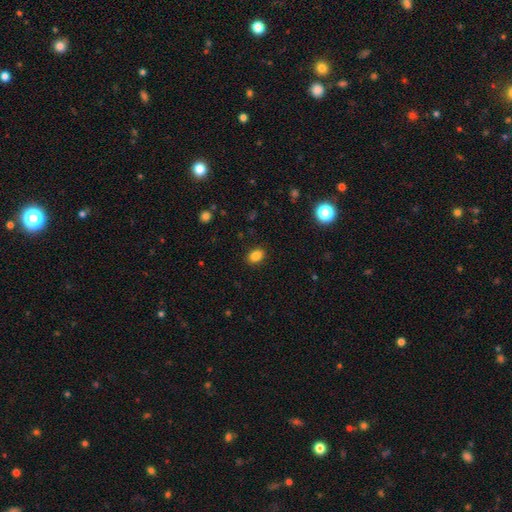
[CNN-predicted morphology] A smooth galaxy with no disk features (85%) that is in between round and cigar-shaped (68%). Merging: none (89%).